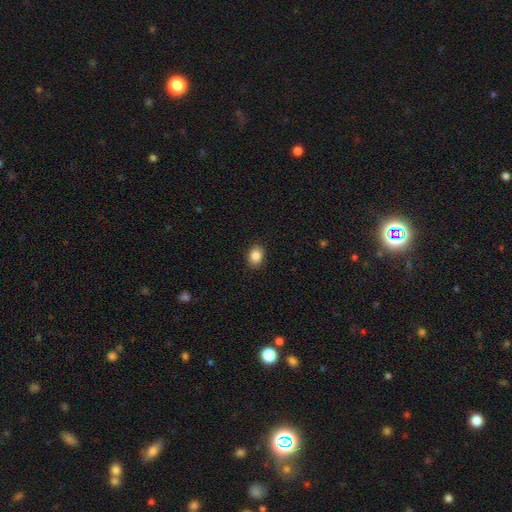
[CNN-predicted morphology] smooth-or-featured: smooth: 86% | star or artifact: 9% | featured or disk: 5%
  how-rounded: in between: 58% | round: 41% | cigar-shaped: 1%
  merging: none: 90% | minor disturbance: 7% | major disturbance: 2% | merger: 1%